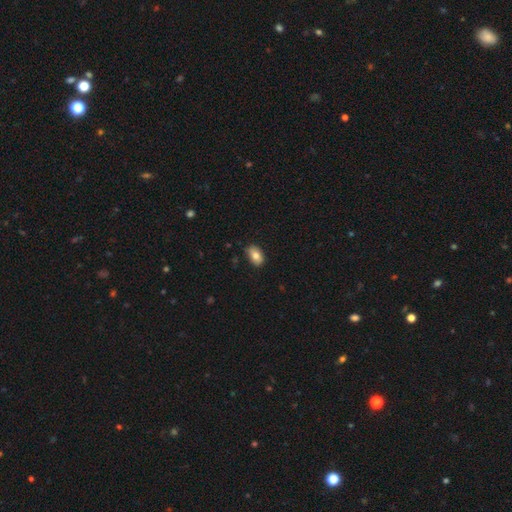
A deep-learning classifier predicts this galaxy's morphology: type=smooth (79%); roundness=in between (88%); merging=none (77%).